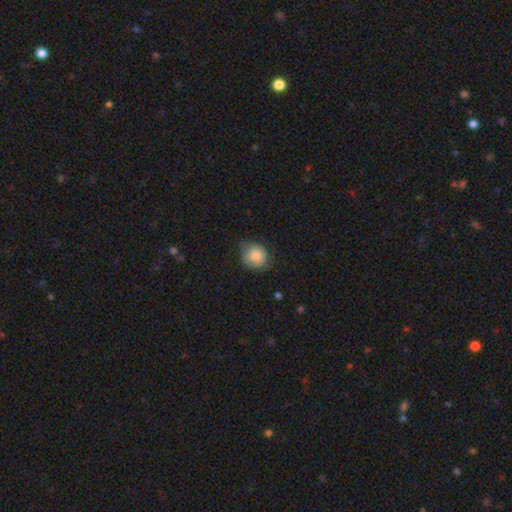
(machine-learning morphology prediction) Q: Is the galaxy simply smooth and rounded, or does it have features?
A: smooth — 82%.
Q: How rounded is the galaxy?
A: round — 79%.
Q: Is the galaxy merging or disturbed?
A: none — 63%.